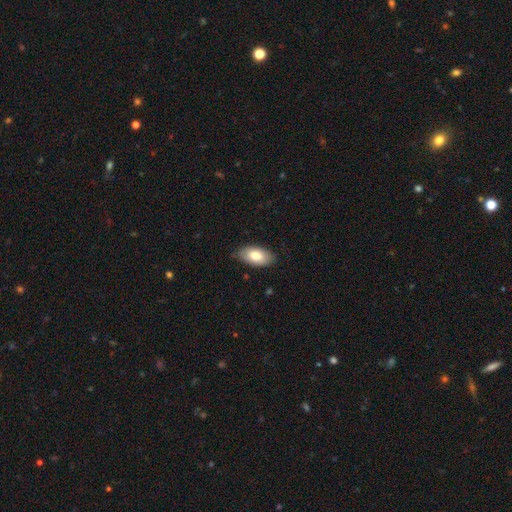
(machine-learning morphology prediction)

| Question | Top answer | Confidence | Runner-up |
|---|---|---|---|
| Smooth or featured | smooth | 77% | featured or disk (17%) |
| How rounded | in between | 95% | round (3%) |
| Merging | none | 83% | minor disturbance (14%) |